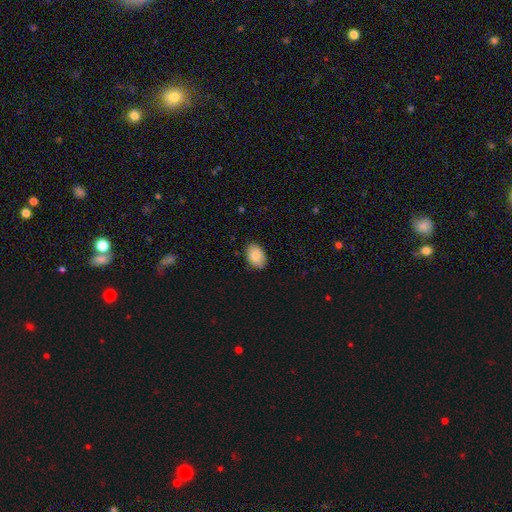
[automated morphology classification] smooth-or-featured: smooth: 86% | featured or disk: 7% | star or artifact: 7%
  how-rounded: in between: 85% | round: 14% | cigar-shaped: 1%
  merging: none: 83% | minor disturbance: 14% | major disturbance: 2% | merger: 1%